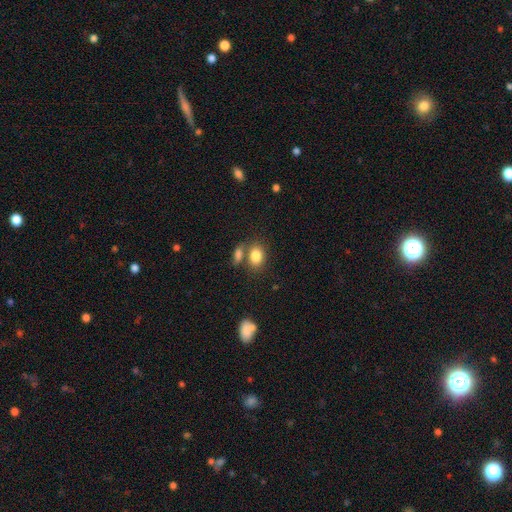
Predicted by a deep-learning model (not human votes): Morphology: type=smooth (82%); roundness=in between (70%); merging=none (52%).